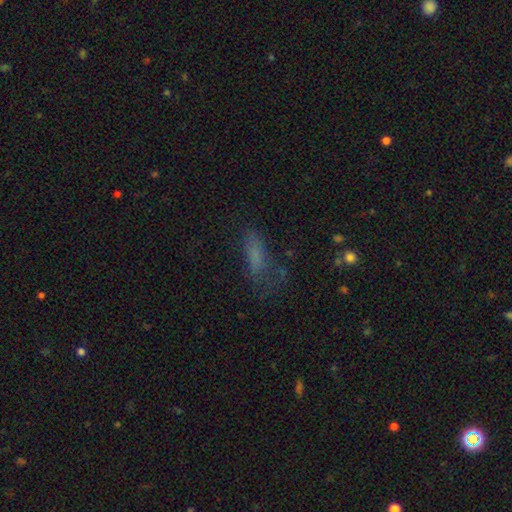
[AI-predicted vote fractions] This is likely a smooth galaxy (64%). How rounded: possibly in between (50%). Merging: marginally none (44%).